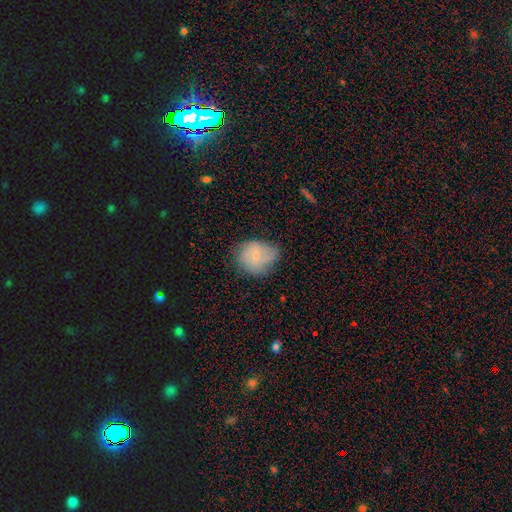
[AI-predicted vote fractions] The model was most divided on "merging": none: 53%, minor disturbance: 35%, major disturbance: 11%, merger: 2%. More confident: smooth or featured — smooth (63%); how rounded — round (61%).